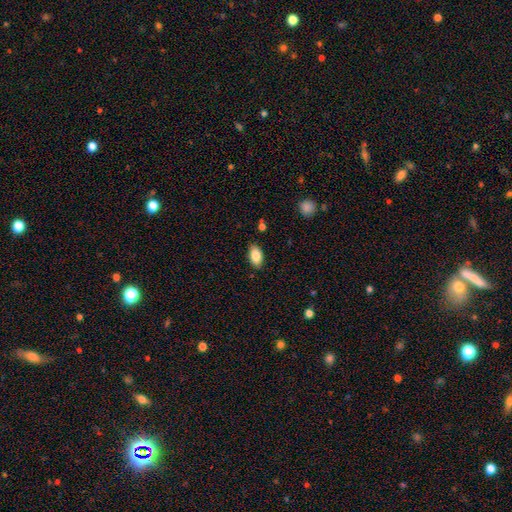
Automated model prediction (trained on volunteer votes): Q: Smooth or featured?
A: smooth (85%); runner-up: featured or disk (8%)
Q: How rounded?
A: in between (93%); runner-up: round (4%)
Q: Merging?
A: none (87%); runner-up: minor disturbance (10%)